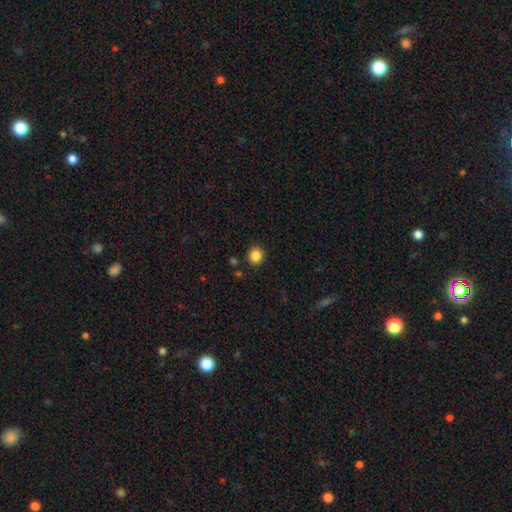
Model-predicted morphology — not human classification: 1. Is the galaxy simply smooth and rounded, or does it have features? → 86% smooth, 10% star or artifact, 4% featured or disk.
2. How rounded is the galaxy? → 91% round, 8% in between, 1% cigar-shaped.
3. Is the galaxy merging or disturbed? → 91% none, 6% minor disturbance, 2% merger, 2% major disturbance.